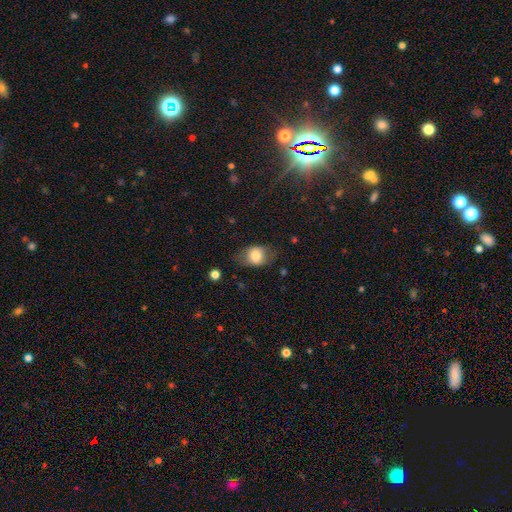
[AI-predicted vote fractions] smooth-or-featured: smooth: 74% | featured or disk: 18% | star or artifact: 8%
  how-rounded: in between: 67% | round: 32% | cigar-shaped: 1%
  merging: none: 66% | minor disturbance: 23% | major disturbance: 10% | merger: 1%